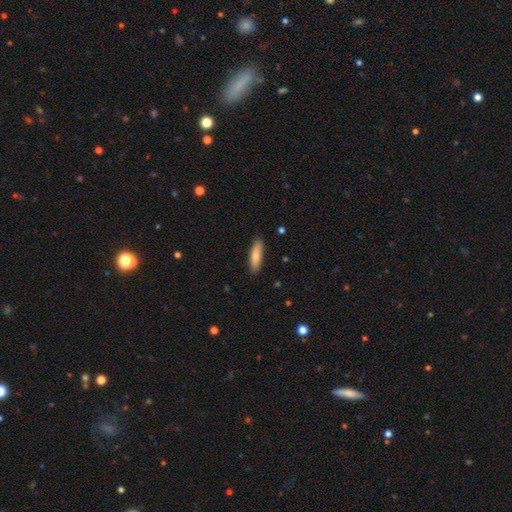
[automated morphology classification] The model was most divided on "how rounded": cigar-shaped: 61%, in between: 37%, round: 2%. More confident: merging — none (88%); smooth or featured — smooth (78%).